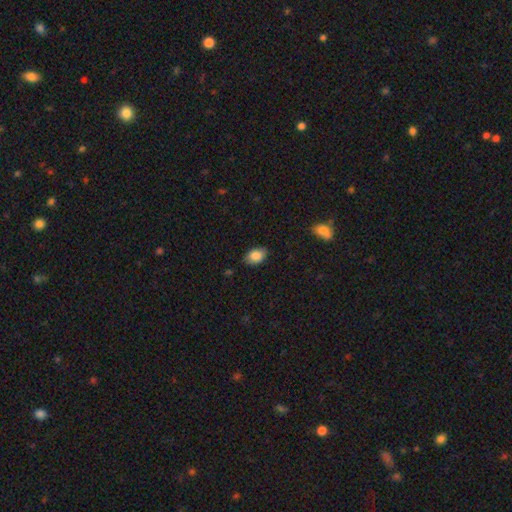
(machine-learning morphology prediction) A smooth galaxy with no disk features (85%) that is in between round and cigar-shaped (86%). Merging: none (82%).